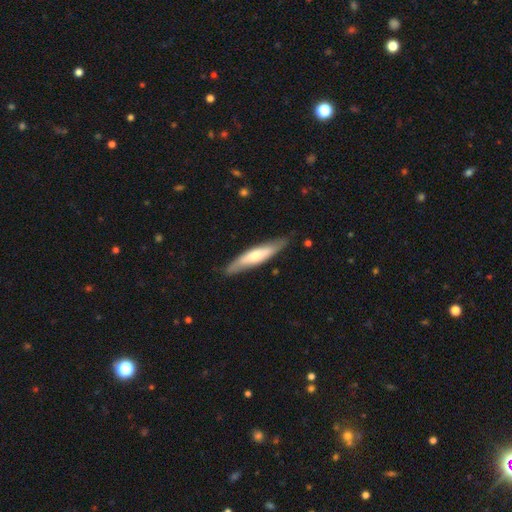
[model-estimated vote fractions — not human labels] Morphology: type=smooth (54%); roundness=cigar-shaped (80%); merging=none (84%).